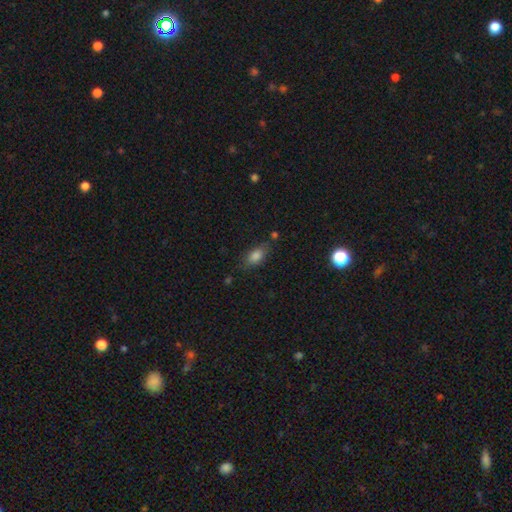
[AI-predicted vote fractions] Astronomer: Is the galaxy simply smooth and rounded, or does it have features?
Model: smooth — 82%.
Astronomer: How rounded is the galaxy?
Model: in between — 87%.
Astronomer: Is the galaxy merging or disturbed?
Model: none — 72%.